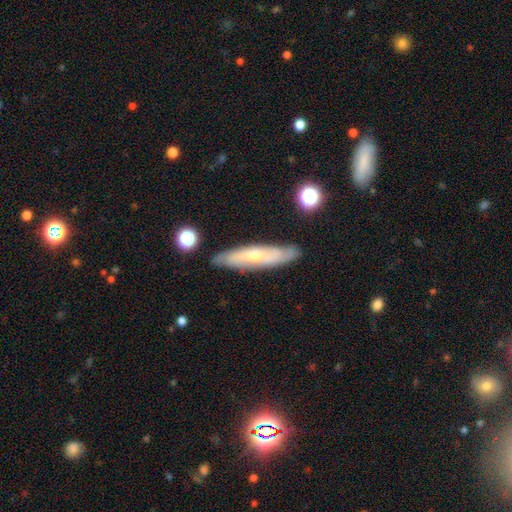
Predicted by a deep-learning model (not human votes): Smooth or featured: featured or disk — 56% (smooth — 37%)
Edge-on disk: yes — 54% (no — 46%)
Merging: none — 81% (minor disturbance — 14%)